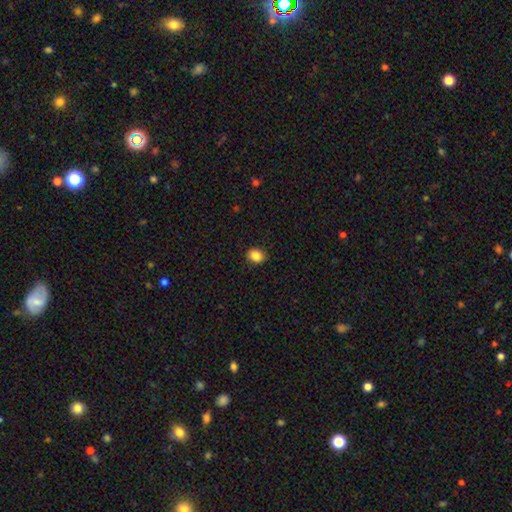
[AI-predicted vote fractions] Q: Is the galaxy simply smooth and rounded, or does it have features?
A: smooth — 87%.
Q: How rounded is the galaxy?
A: round — 51%.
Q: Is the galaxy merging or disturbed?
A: none — 89%.